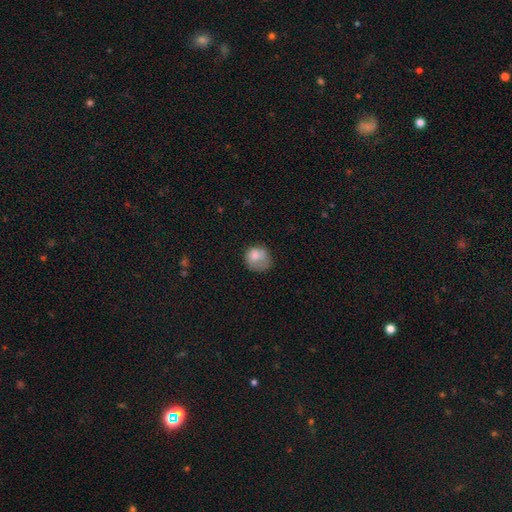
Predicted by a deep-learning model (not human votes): smooth_or_featured: smooth (p=0.75) [alt: featured or disk p=0.16]
how_rounded: round (p=0.68) [alt: in between p=0.31]
merging: none (p=0.39) [alt: minor disturbance p=0.32]